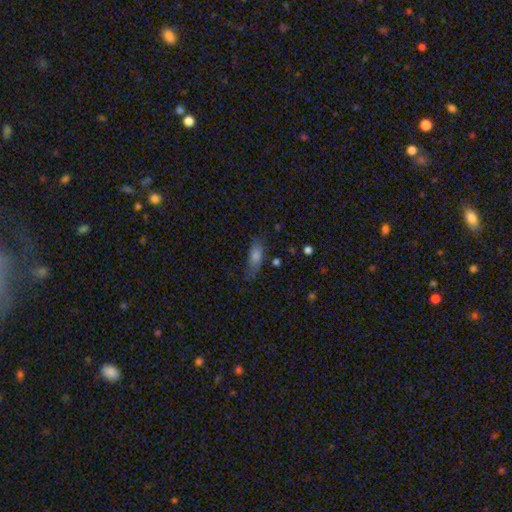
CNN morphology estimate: smooth 73%, featured or disk 16%, star or artifact 11%. Down the decision tree: how rounded — in between (65%); merging — none (62%).